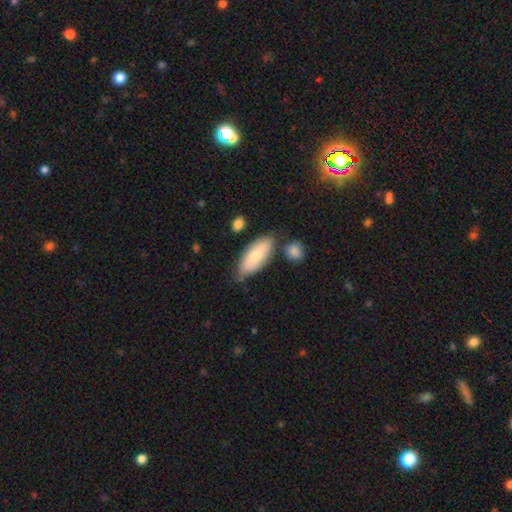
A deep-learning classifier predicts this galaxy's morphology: Overall: smooth (68%). How rounded: in between (82%). Merging: none (66%).